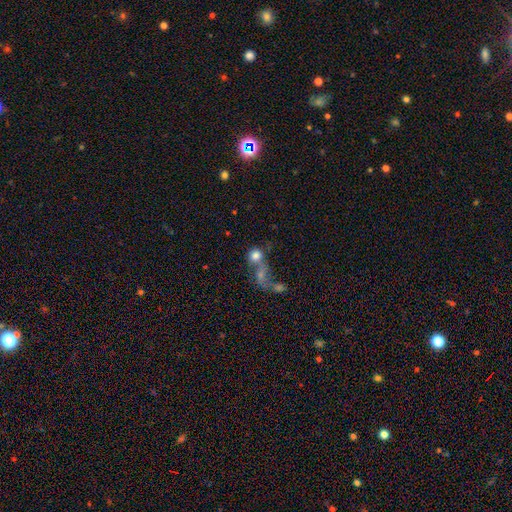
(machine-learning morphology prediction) This is likely a smooth galaxy (73%). How rounded: likely round (80%). Merging: possibly merger (53%).